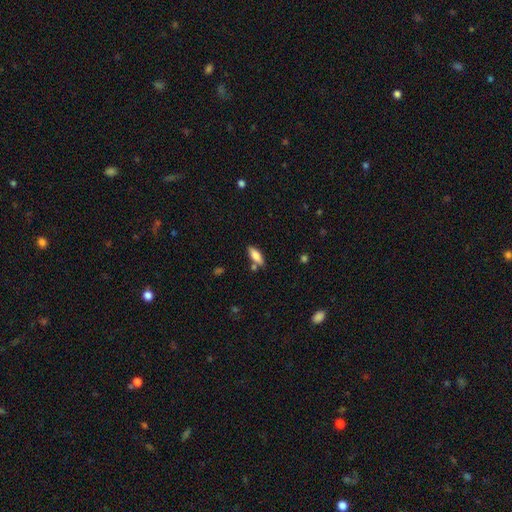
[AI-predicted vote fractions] A smooth galaxy with no disk features (78%) that is in between round and cigar-shaped (64%).

Vote fractions:
- Smooth or featured? smooth: 78% / featured or disk: 16% / star or artifact: 7%
- How rounded? in between: 64% / cigar-shaped: 34% / round: 2%
- Merging? none: 76% / minor disturbance: 13% / merger: 9% / major disturbance: 3%